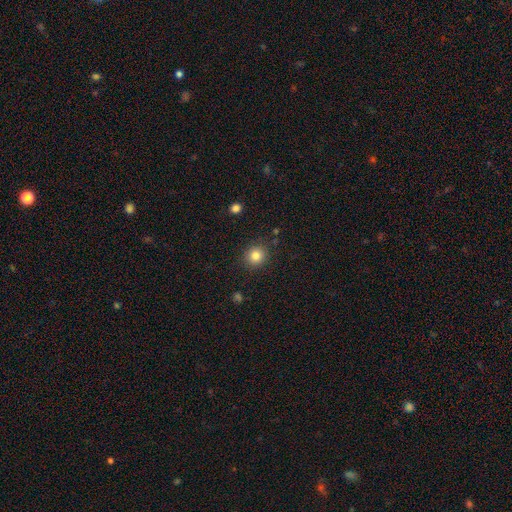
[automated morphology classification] The model was most divided on "smooth or featured": smooth: 82%, star or artifact: 12%, featured or disk: 6%. More confident: merging — none (88%); how rounded — round (88%).